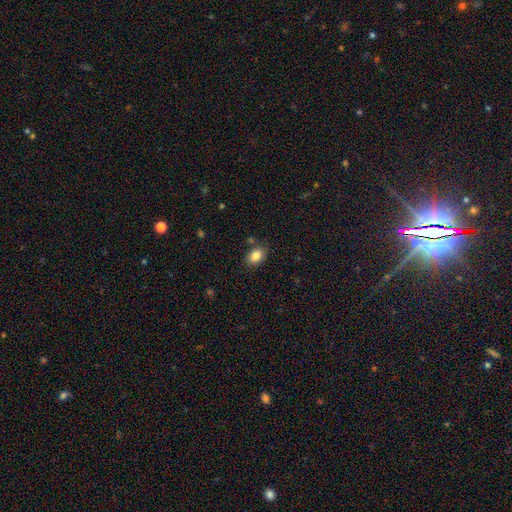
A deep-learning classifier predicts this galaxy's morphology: type=smooth (84%); roundness=in between (76%); merging=none (80%).